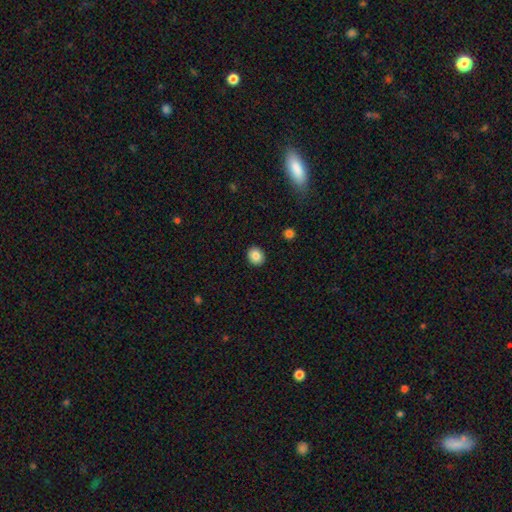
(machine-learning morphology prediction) Smooth or featured? smooth (85%)
How rounded? round (74%)
Merging? none (92%)